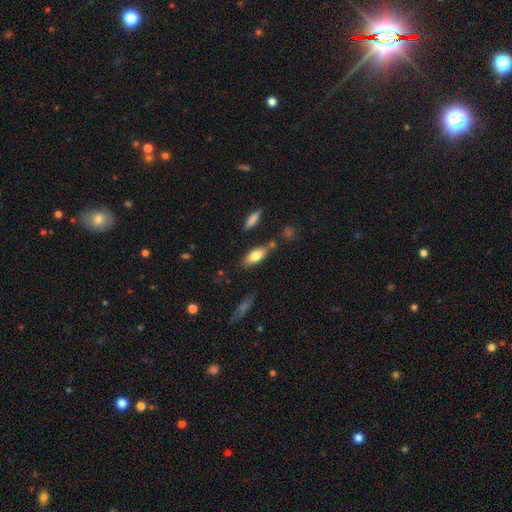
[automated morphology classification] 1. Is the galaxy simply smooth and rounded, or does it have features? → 76% smooth, 17% featured or disk, 7% star or artifact.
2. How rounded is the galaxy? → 81% in between, 17% cigar-shaped, 2% round.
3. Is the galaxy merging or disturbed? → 76% none, 14% minor disturbance, 7% merger, 3% major disturbance.